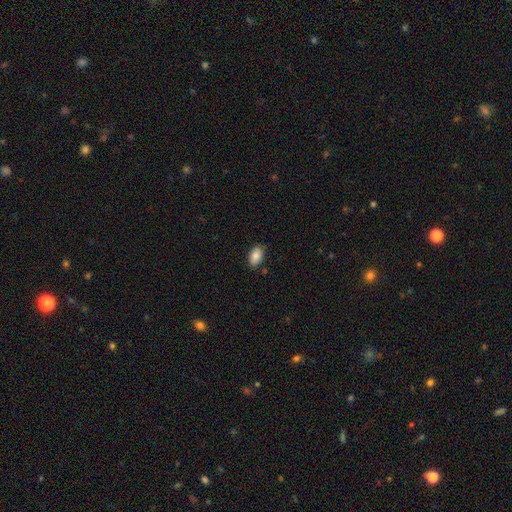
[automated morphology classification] smooth-or-featured: smooth: 82% | featured or disk: 10% | star or artifact: 7%
  how-rounded: in between: 91% | round: 7% | cigar-shaped: 1%
  merging: none: 83% | minor disturbance: 13% | major disturbance: 2% | merger: 2%